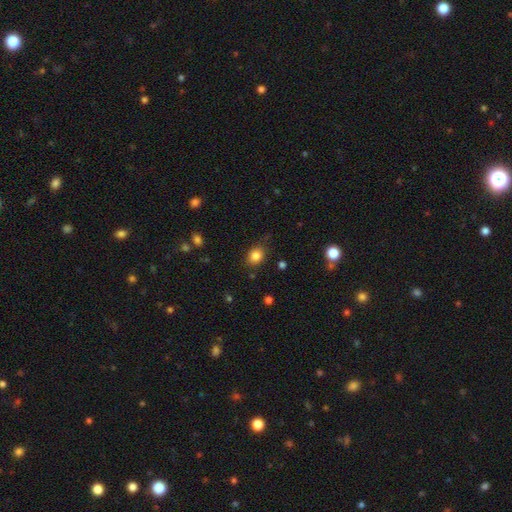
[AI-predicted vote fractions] Smooth or featured?
  - smooth: 83% *
  - star or artifact: 11%
  - featured or disk: 6%
How rounded?
  - round: 51% *
  - in between: 48%
  - cigar-shaped: 1%
Merging?
  - none: 77% *
  - minor disturbance: 17%
  - major disturbance: 4%
  - merger: 2%